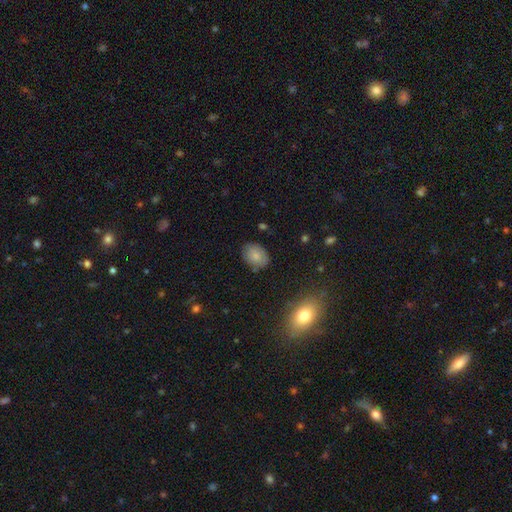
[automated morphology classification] smooth-or-featured: smooth: 81% | featured or disk: 10% | star or artifact: 9%
  how-rounded: in between: 75% | round: 24% | cigar-shaped: 1%
  merging: none: 81% | minor disturbance: 14% | major disturbance: 3% | merger: 2%